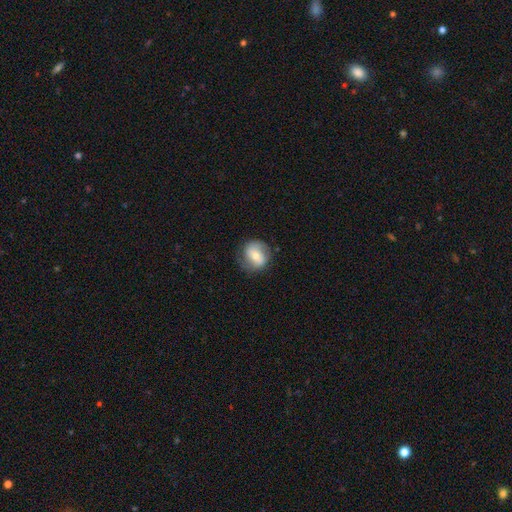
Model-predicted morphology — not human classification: type=smooth (52%); roundness=round (67%); merging=none (74%).